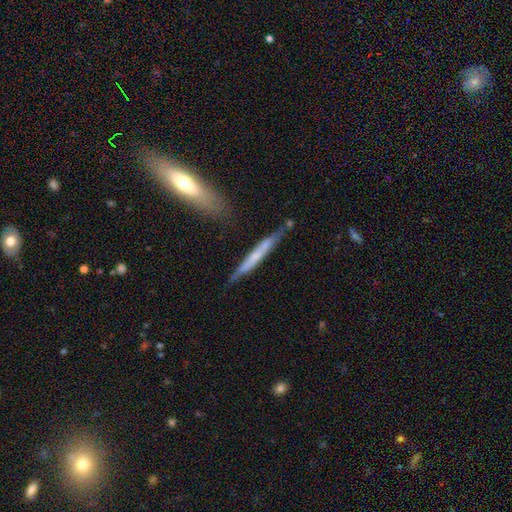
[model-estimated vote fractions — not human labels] Smooth or featured? Predicted: featured or disk (p=0.48). Merging? Predicted: none (p=0.77).